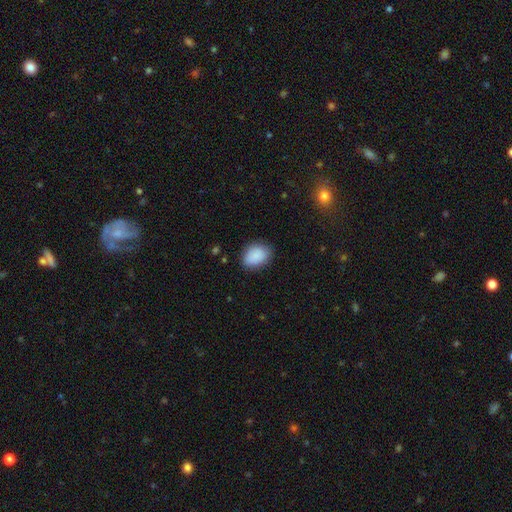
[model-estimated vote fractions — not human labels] Smooth or featured?
  - smooth: 88% *
  - star or artifact: 7%
  - featured or disk: 5%
How rounded?
  - in between: 68% *
  - round: 31%
  - cigar-shaped: 1%
Merging?
  - none: 79% *
  - minor disturbance: 16%
  - major disturbance: 4%
  - merger: 1%